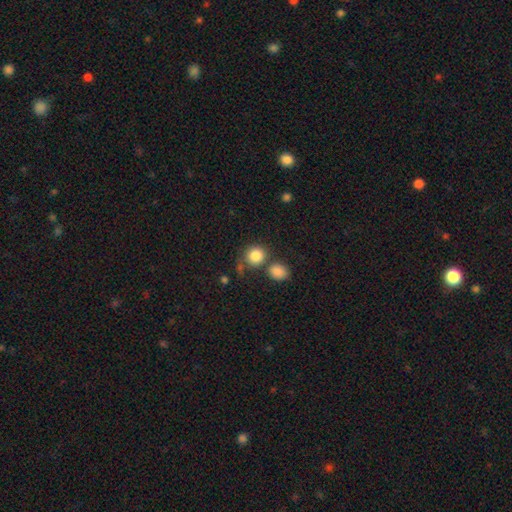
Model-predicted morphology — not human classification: smooth-or-featured: smooth: 85% | star or artifact: 10% | featured or disk: 6%
  how-rounded: round: 84% | in between: 15% | cigar-shaped: 1%
  merging: none: 61% | merger: 23% | minor disturbance: 11% | major disturbance: 5%